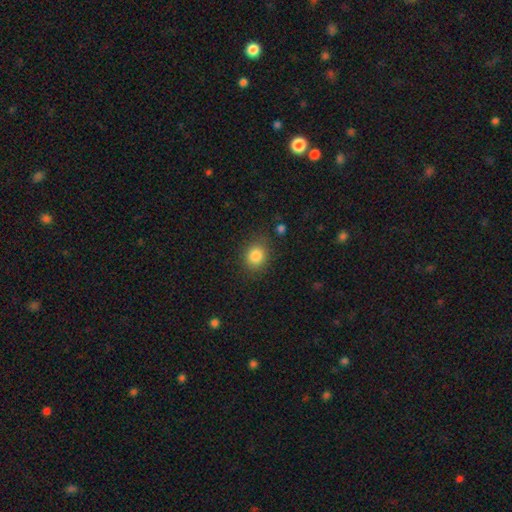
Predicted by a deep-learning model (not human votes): smooth_or_featured: smooth (p=0.84) [alt: star or artifact p=0.10]
how_rounded: round (p=0.70) [alt: in between p=0.29]
merging: none (p=0.82) [alt: minor disturbance p=0.11]